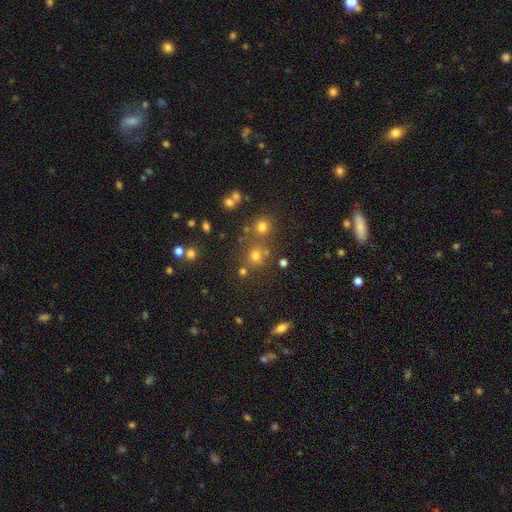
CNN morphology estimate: smooth 68%, star or artifact 23%, featured or disk 9%. Down the decision tree: how rounded — round (88%); merging — none (67%).